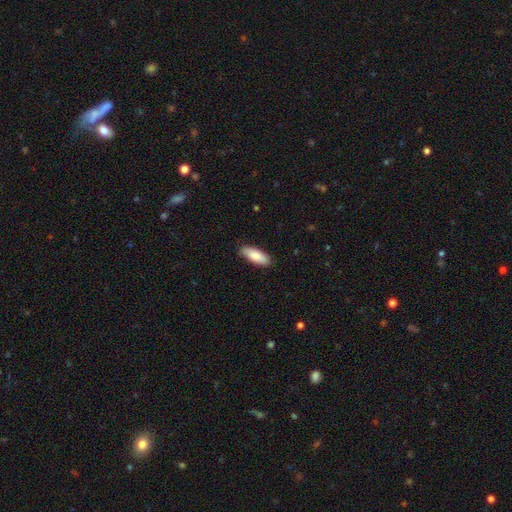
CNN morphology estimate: type=smooth (86%); roundness=in between (72%); merging=none (86%).